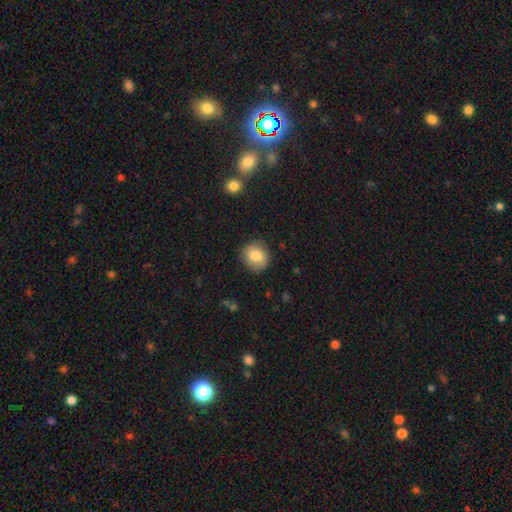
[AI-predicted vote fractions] A smooth galaxy with no disk features (83%) that is round (81%).

Vote fractions:
- Smooth or featured? smooth: 83% / featured or disk: 9% / star or artifact: 9%
- How rounded? round: 81% / in between: 18% / cigar-shaped: 1%
- Merging? none: 88% / minor disturbance: 9% / major disturbance: 2% / merger: 1%